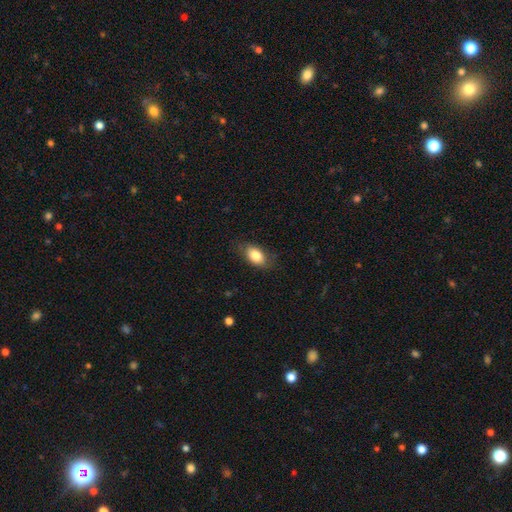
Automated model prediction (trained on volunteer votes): This appears to be a smooth galaxy with no disk features (82%) that is in between round and cigar-shaped (90%). Merging: none (77%).